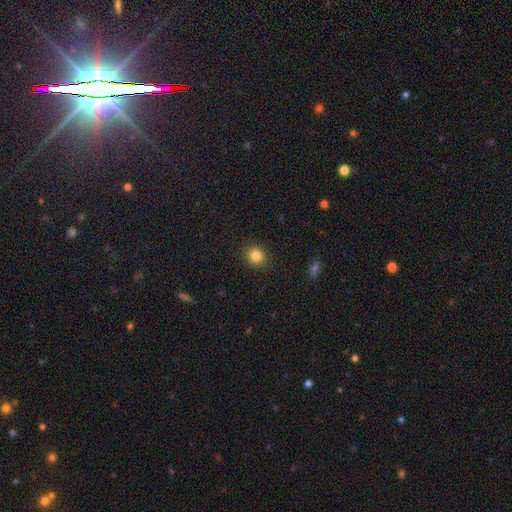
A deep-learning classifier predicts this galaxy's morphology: This is clearly a smooth galaxy (82%). How rounded: clearly round (89%). Merging: clearly none (91%).